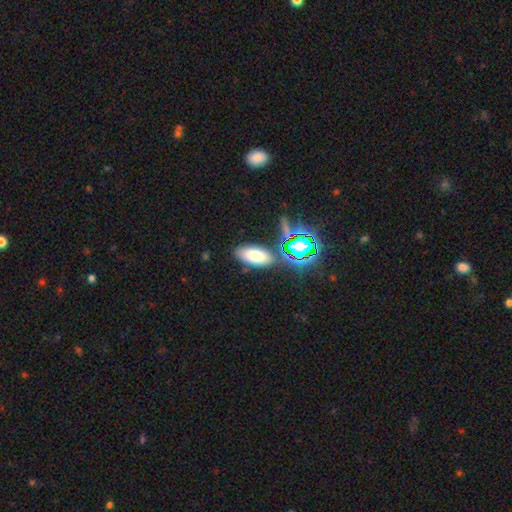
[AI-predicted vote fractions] Q: Smooth or featured?
A: smooth (71%); runner-up: star or artifact (18%)
Q: How rounded?
A: in between (86%); runner-up: cigar-shaped (11%)
Q: Merging?
A: none (82%); runner-up: minor disturbance (11%)